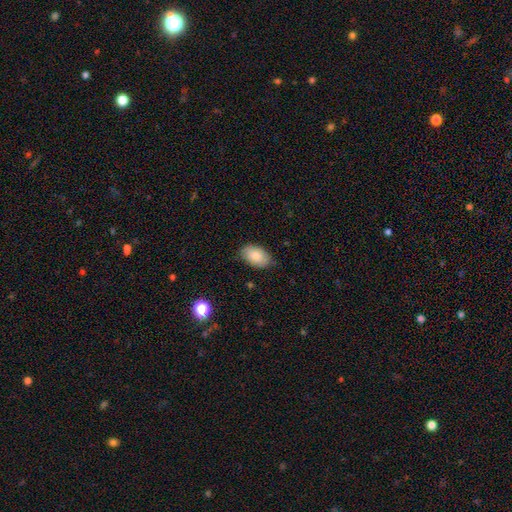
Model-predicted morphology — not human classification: This appears to be a smooth galaxy with no disk features (83%) that is in between round and cigar-shaped (92%). Merging: none (81%).